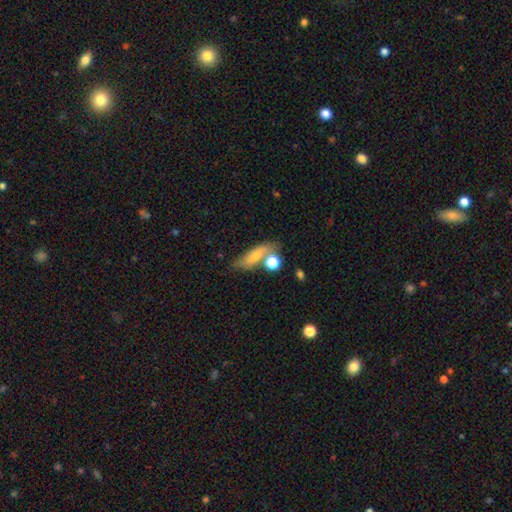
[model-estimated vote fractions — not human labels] Smooth or featured? smooth (60%)
How rounded? in between (55%)
Merging? none (52%)